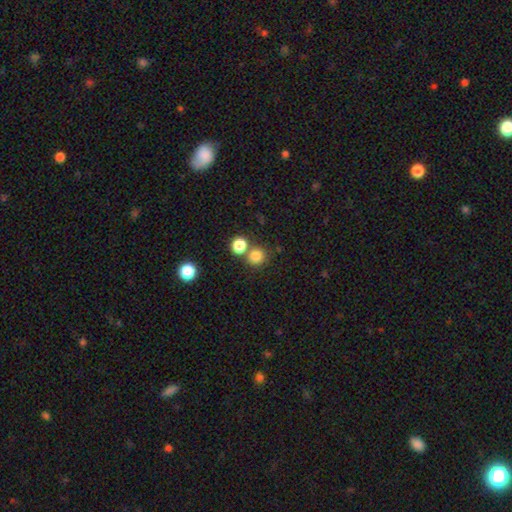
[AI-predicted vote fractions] A smooth galaxy with no disk features (81%) that is round (89%). Merging: none (67%).